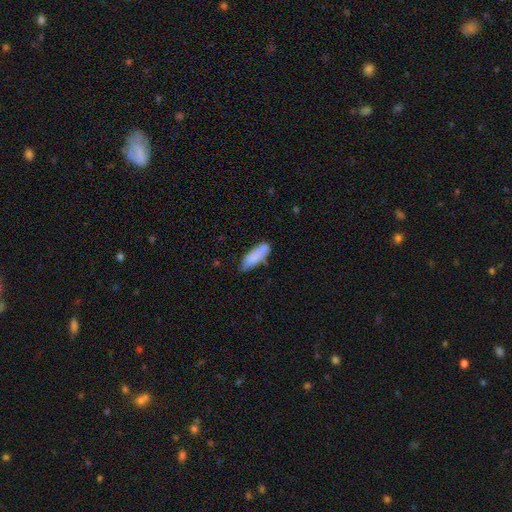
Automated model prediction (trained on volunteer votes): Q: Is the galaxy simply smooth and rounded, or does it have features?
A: smooth — 82%.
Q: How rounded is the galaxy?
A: in between — 60%.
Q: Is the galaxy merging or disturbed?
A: none — 63%.